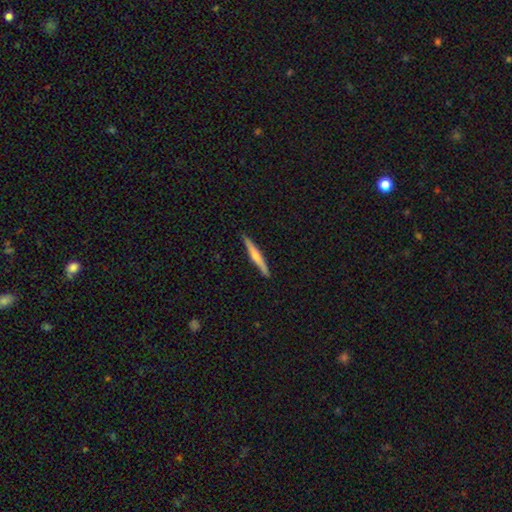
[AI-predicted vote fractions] smooth-or-featured: featured or disk: 54% | smooth: 41% | star or artifact: 5%
  disk-edge-on: yes: 97% | no: 3%
    edge-on-bulge: rounded: 76% | none: 19% | boxy: 5%
  merging: none: 91% | minor disturbance: 7% | major disturbance: 1% | merger: 1%